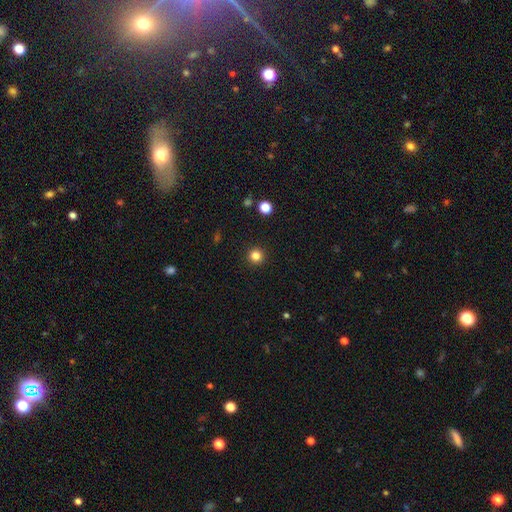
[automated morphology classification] The model was most divided on "smooth or featured": smooth: 83%, star or artifact: 12%, featured or disk: 5%. More confident: how rounded — round (96%); merging — none (93%).